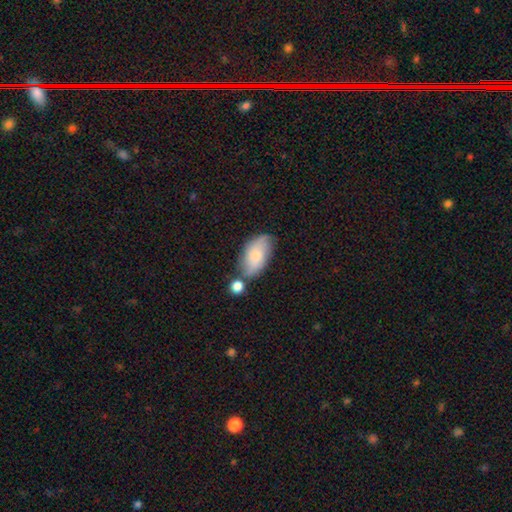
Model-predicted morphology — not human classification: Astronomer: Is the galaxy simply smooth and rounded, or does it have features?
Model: smooth — 65%.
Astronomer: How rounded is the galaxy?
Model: in between — 92%.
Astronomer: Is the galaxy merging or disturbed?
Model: none — 54%.